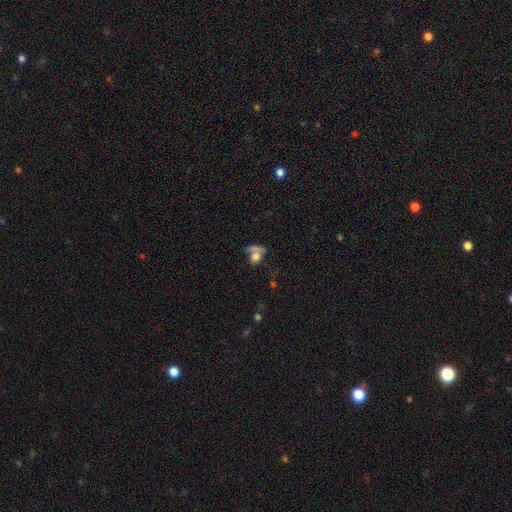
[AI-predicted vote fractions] Smooth or featured? Predicted: smooth (p=0.64). How rounded? Predicted: round (p=0.49). Merging? Predicted: merger (p=0.35).